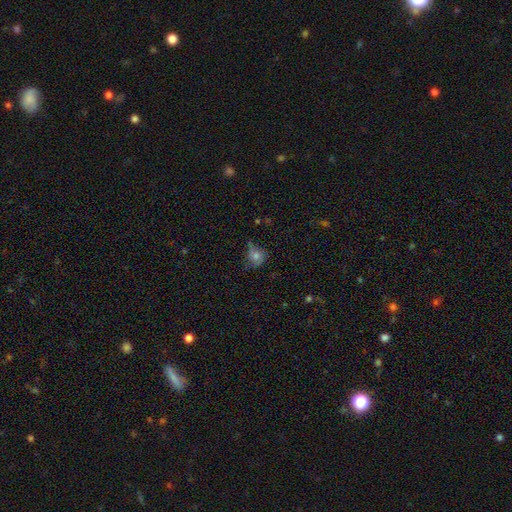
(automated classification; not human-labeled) Smooth or featured?
  - smooth: 60% *
  - featured or disk: 25%
  - star or artifact: 16%
How rounded?
  - round: 71% *
  - in between: 28%
  - cigar-shaped: 1%
Merging?
  - none: 45% *
  - minor disturbance: 31%
  - major disturbance: 21%
  - merger: 4%